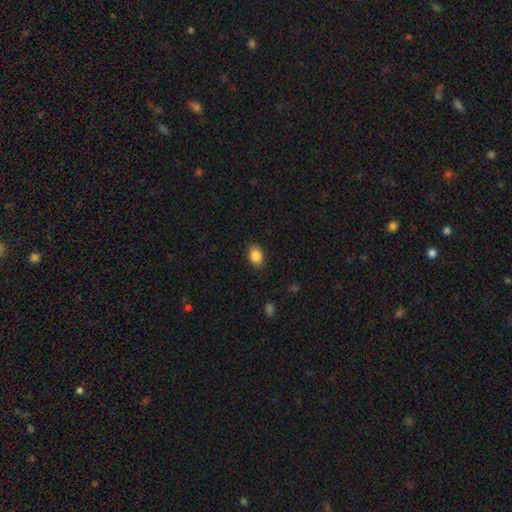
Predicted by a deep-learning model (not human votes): smooth 87%, star or artifact 8%, featured or disk 5%. Down the decision tree: how rounded — in between (82%); merging — none (87%).